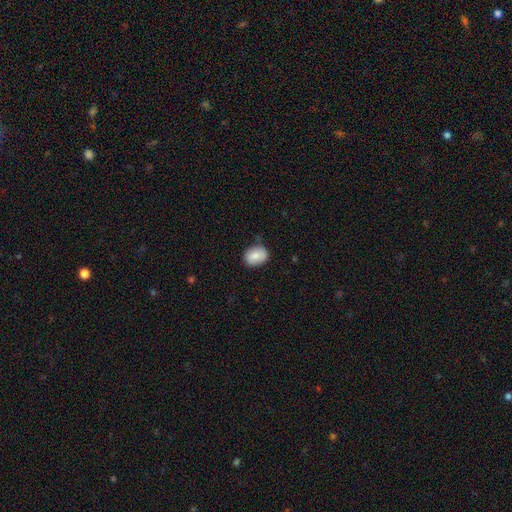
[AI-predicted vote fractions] A smooth galaxy with no disk features (79%) that is in between round and cigar-shaped (56%).

Vote fractions:
- Smooth or featured? smooth: 79% / featured or disk: 13% / star or artifact: 7%
- How rounded? in between: 56% / round: 43% / cigar-shaped: 1%
- Merging? none: 77% / minor disturbance: 18% / major disturbance: 3% / merger: 2%